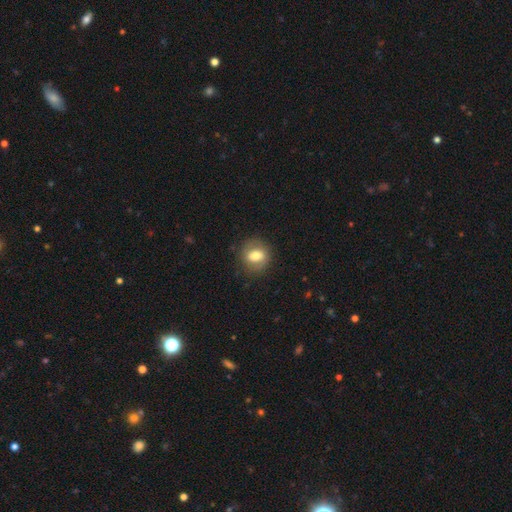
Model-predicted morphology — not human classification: A smooth galaxy with no disk features (66%) that is round (62%).

Vote fractions:
- Smooth or featured? smooth: 66% / featured or disk: 26% / star or artifact: 8%
- How rounded? round: 62% / in between: 37% / cigar-shaped: 1%
- Merging? none: 81% / minor disturbance: 13% / major disturbance: 5% / merger: 1%